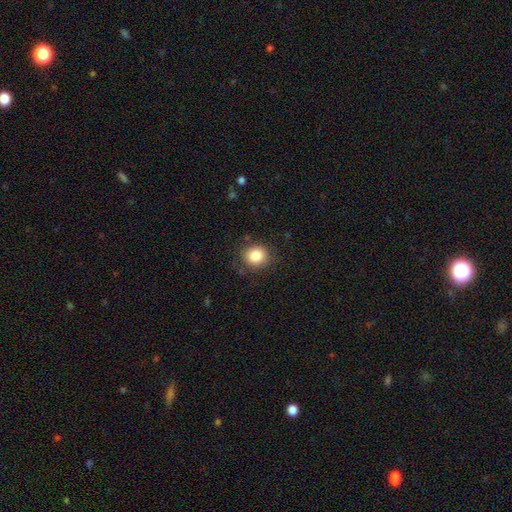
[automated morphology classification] A smooth galaxy with no disk features (84%) that is round (82%). Merging: none (83%).